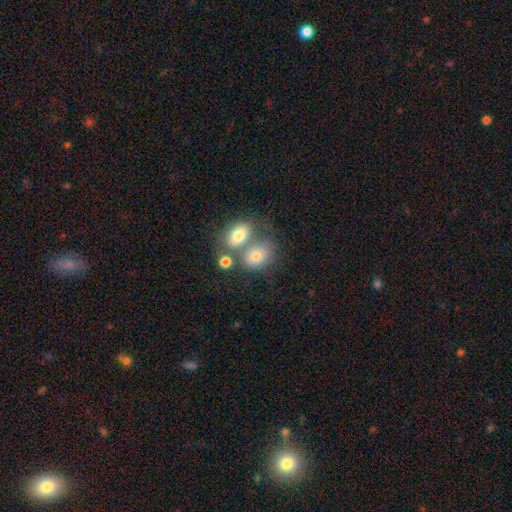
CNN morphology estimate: Overall: smooth (73%). How rounded: in between (66%; round 33%). Merging: merger (51%; none 32%).